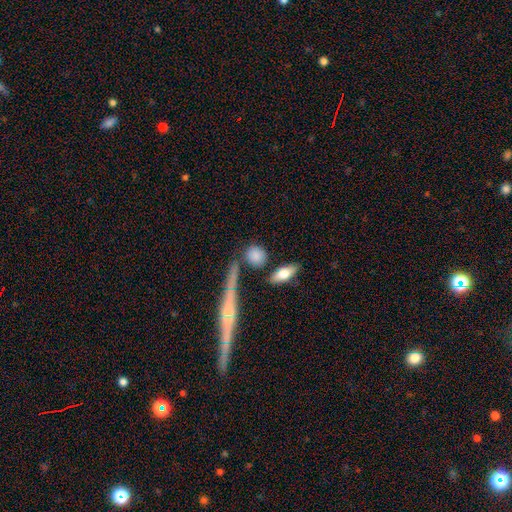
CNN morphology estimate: smooth-or-featured: smooth: 81% | featured or disk: 11% | star or artifact: 7%
  how-rounded: round: 59% | in between: 27% | cigar-shaped: 14%
  merging: none: 73% | minor disturbance: 13% | merger: 9% | major disturbance: 5%